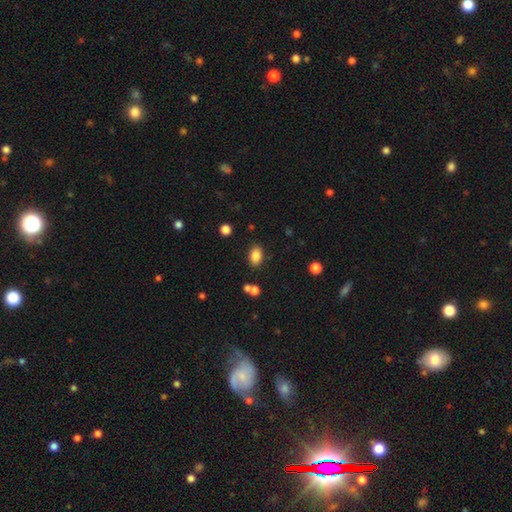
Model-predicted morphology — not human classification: Overall: smooth (85%). How rounded: in between (85%). Merging: none (83%).